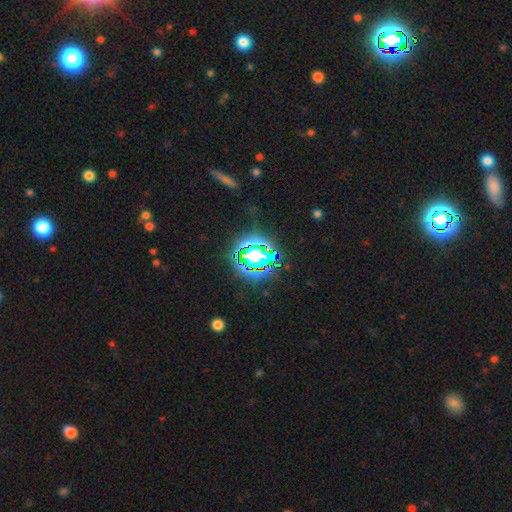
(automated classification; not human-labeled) smooth_or_featured: star or artifact (p=0.62) [alt: smooth p=0.23]